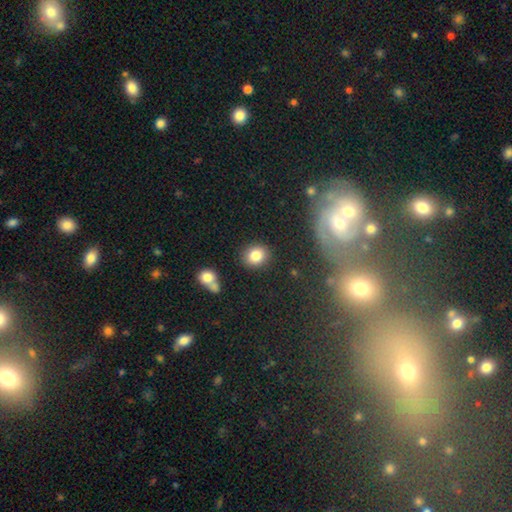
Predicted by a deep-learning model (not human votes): A smooth galaxy with no disk features (83%) that is round (71%). Merging: none (84%).